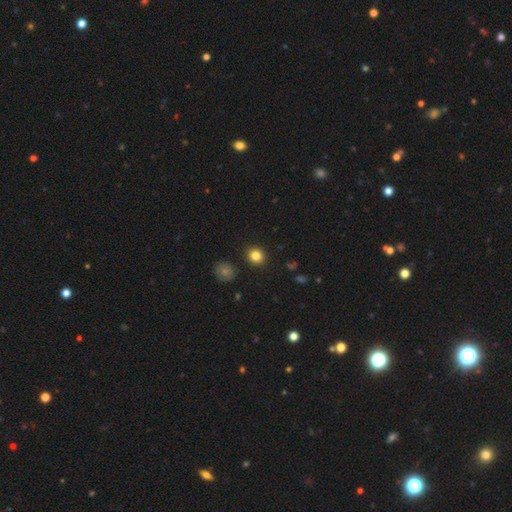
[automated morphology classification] A smooth galaxy with no disk features (84%) that is round (79%). Merging: none (90%).